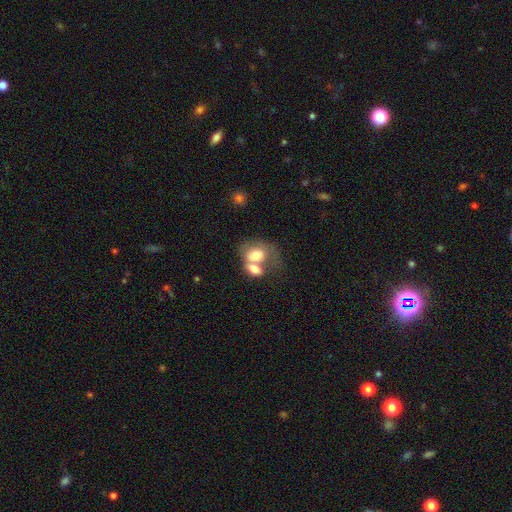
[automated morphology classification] Smooth or featured: smooth — 69% (featured or disk — 24%)
How rounded: in between — 68% (round — 30%)
Merging: merger — 69% (none — 16%)